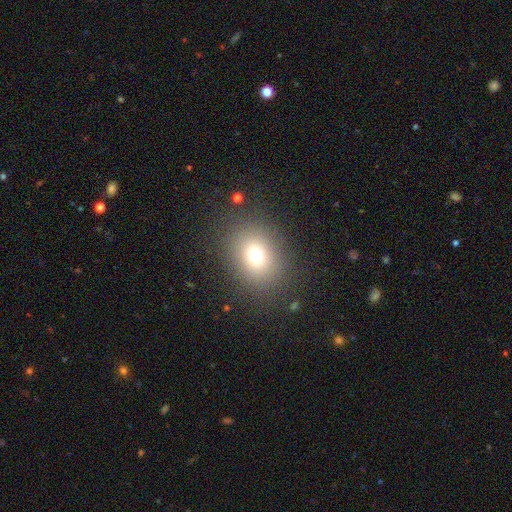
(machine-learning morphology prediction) Q: Smooth or featured?
A: smooth (70%); runner-up: star or artifact (19%)
Q: How rounded?
A: round (58%); runner-up: in between (41%)
Q: Merging?
A: none (84%); runner-up: minor disturbance (9%)